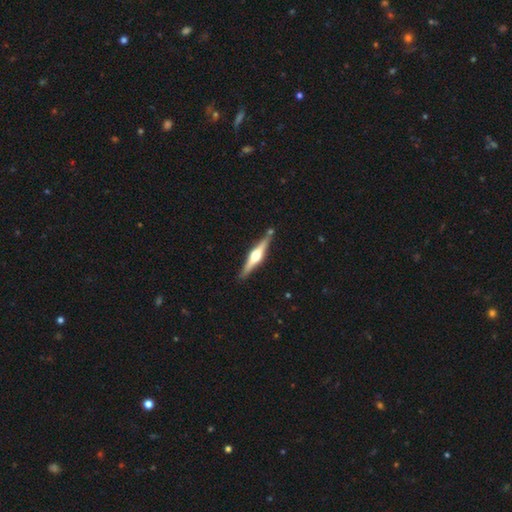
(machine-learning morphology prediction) Smooth or featured: featured or disk — 77% (smooth — 18%)
Edge-on disk: yes — 98% (no — 2%)
Edge-on bulge: rounded — 93% (boxy — 5%)
Merging: none — 85% (minor disturbance — 9%)